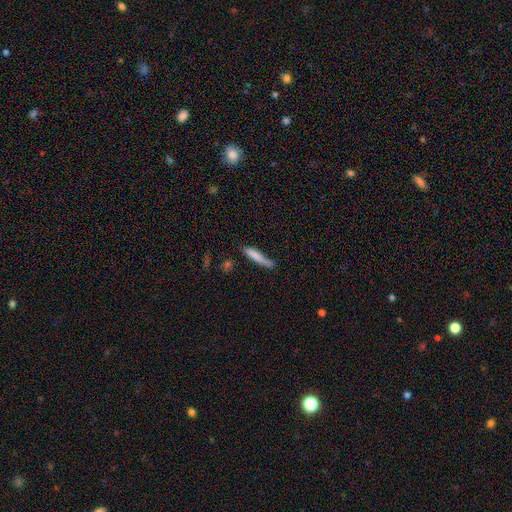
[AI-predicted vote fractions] smooth-or-featured: smooth: 78% | featured or disk: 16% | star or artifact: 6%
  how-rounded: cigar-shaped: 89% | in between: 9% | round: 1%
  merging: none: 59% | minor disturbance: 27% | major disturbance: 9% | merger: 5%